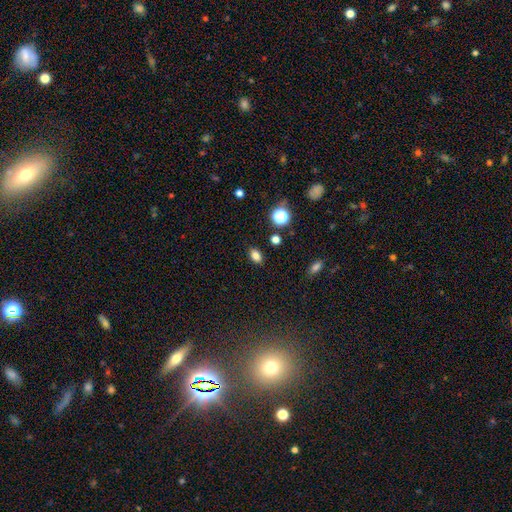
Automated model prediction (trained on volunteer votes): smooth 80%, star or artifact 14%, featured or disk 6%. Down the decision tree: how rounded — in between (81%); merging — none (87%).